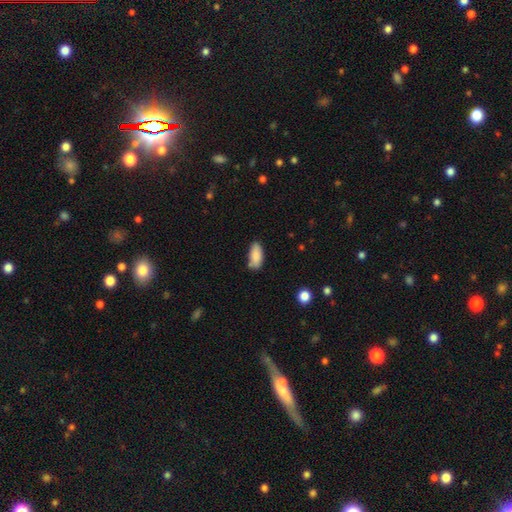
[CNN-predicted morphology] A smooth galaxy with no disk features (87%) that is in between round and cigar-shaped (85%). Merging: none (71%).